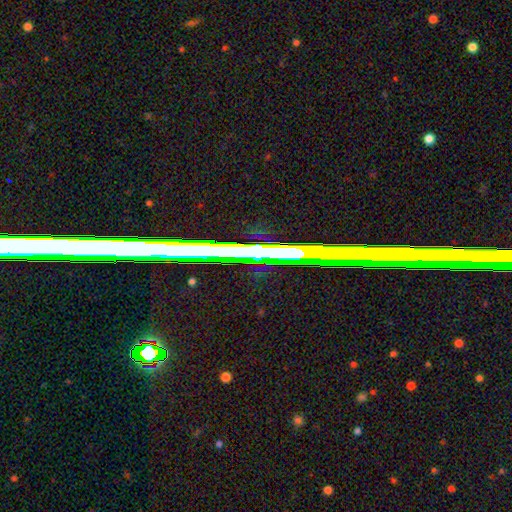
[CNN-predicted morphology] This appears to be a star or artifact, not a galaxy (56%).